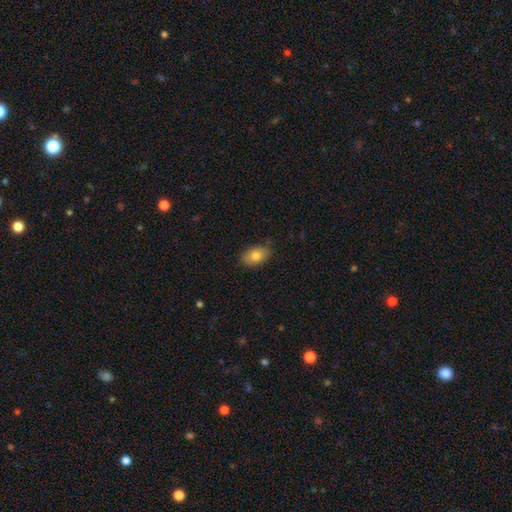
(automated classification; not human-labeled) Smooth or featured? smooth (80%)
How rounded? in between (89%)
Merging? none (79%)